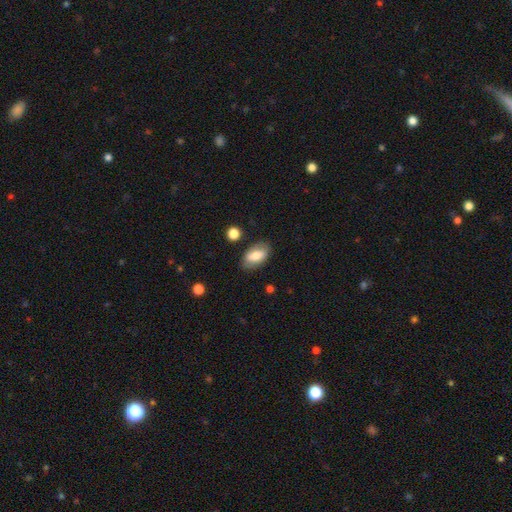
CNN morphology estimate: The model was most divided on "smooth or featured": smooth: 70%, featured or disk: 23%, star or artifact: 7%. More confident: how rounded — in between (92%); merging — none (80%).